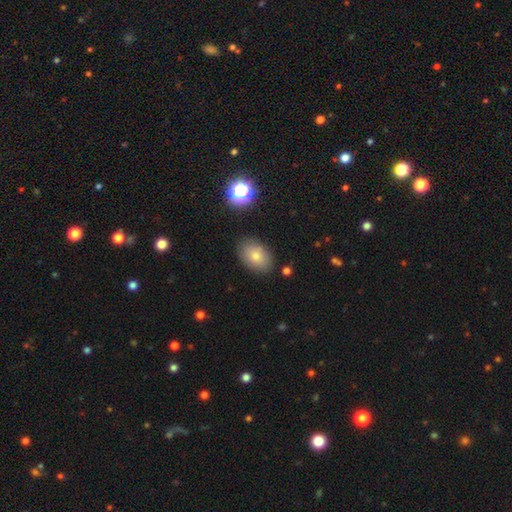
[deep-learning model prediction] smooth_or_featured: smooth (p=0.76) [alt: featured or disk p=0.12]
how_rounded: in between (p=0.83) [alt: round p=0.16]
merging: none (p=0.84) [alt: minor disturbance p=0.11]